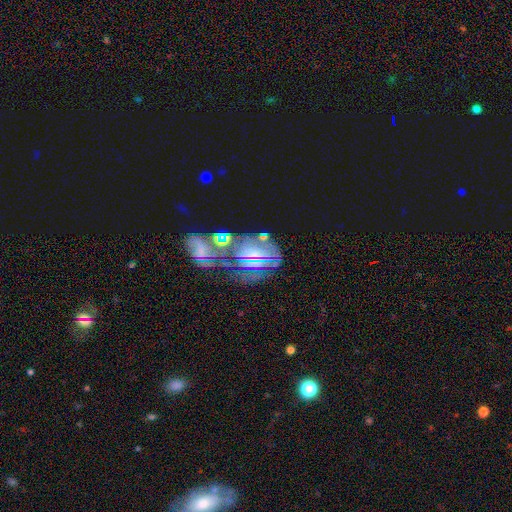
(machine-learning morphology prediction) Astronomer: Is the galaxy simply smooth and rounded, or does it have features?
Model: featured or disk — 61%.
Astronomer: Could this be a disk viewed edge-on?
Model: no — 96%.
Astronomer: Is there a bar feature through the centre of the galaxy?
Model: no — 48% (runner-up: weak, 34%).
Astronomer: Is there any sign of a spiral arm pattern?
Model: yes — 68%.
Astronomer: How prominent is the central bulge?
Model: small — 53%.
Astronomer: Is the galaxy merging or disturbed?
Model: none — 36% (runner-up: merger, 28%).